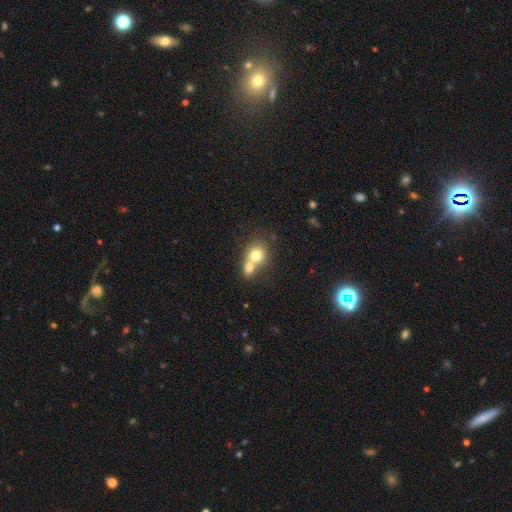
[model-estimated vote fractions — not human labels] Overall: smooth (73%). How rounded: round (70%). Merging: merger (67%).